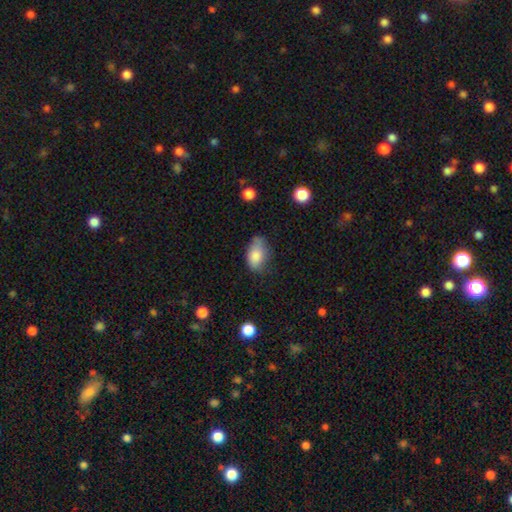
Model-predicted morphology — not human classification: This appears to be a smooth galaxy with no disk features (81%) that is in between round and cigar-shaped (89%). Merging: none (51%).